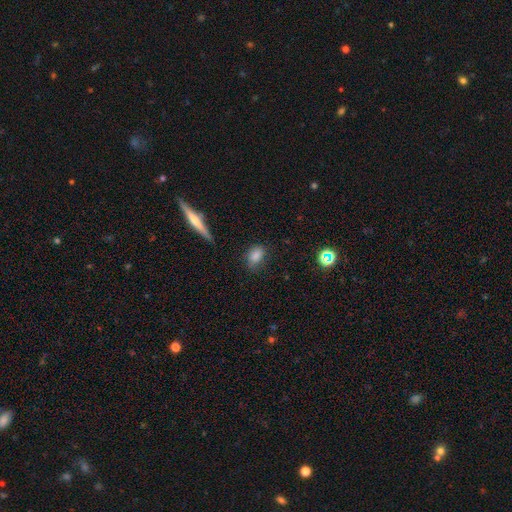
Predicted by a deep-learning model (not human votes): Q: Smooth or featured?
A: smooth (83%); runner-up: star or artifact (10%)
Q: How rounded?
A: in between (78%); runner-up: round (19%)
Q: Merging?
A: none (70%); runner-up: minor disturbance (22%)